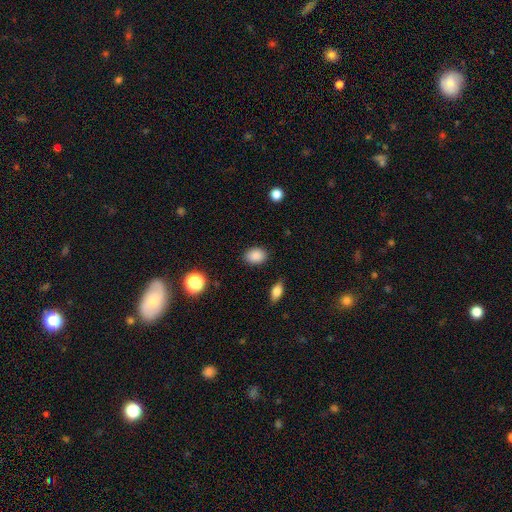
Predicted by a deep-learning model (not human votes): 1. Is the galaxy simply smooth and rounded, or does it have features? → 87% smooth, 9% star or artifact, 4% featured or disk.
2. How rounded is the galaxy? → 71% in between, 27% round, 1% cigar-shaped.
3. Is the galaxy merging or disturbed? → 86% none, 10% minor disturbance, 3% major disturbance, 2% merger.